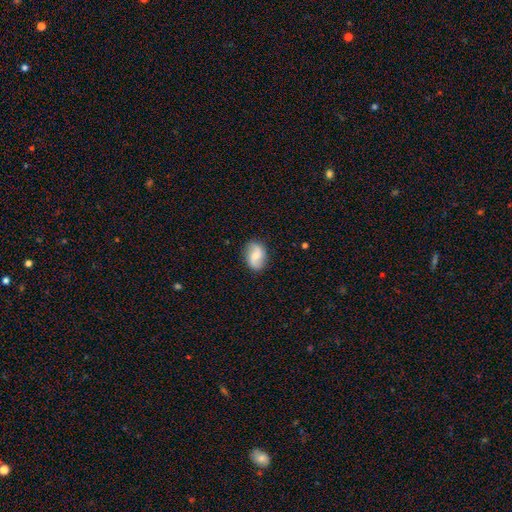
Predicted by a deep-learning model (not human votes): featured or disk 49%, smooth 43%, star or artifact 8%. Down the decision tree: merging — none (83%).